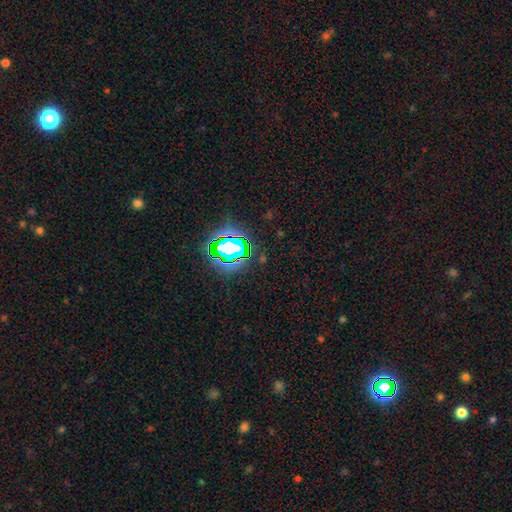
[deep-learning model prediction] This is likely a star or artifact rather than a galaxy (76%).